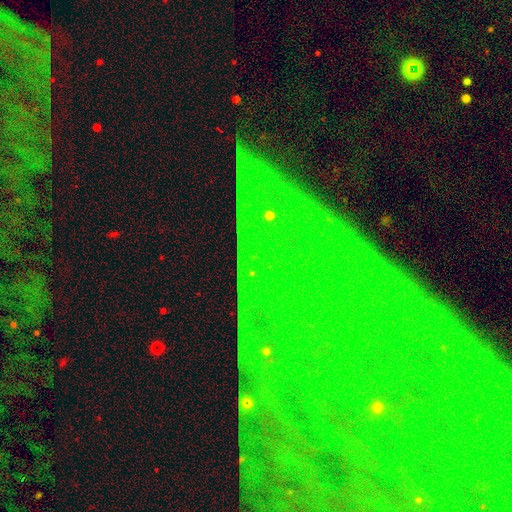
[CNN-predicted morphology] Smooth or featured? star or artifact (82%)